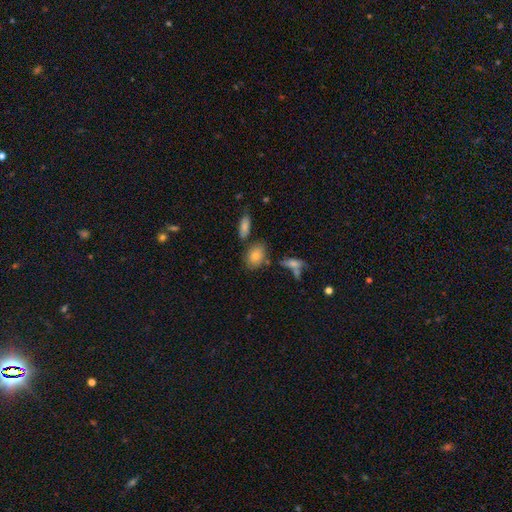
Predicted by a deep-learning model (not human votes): smooth_or_featured: smooth (p=0.79) [alt: featured or disk p=0.12]
how_rounded: in between (p=0.69) [alt: round p=0.28]
merging: none (p=0.64) [alt: minor disturbance p=0.19]